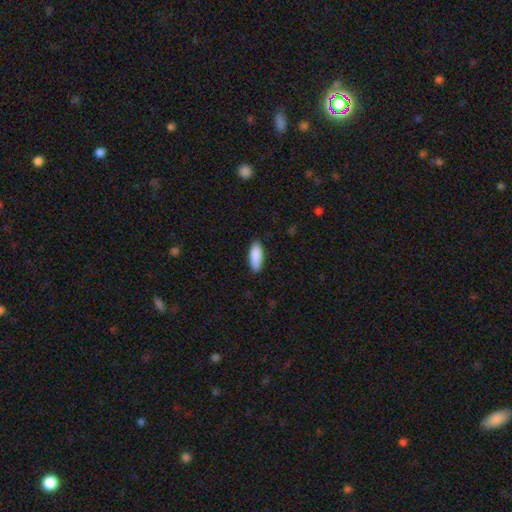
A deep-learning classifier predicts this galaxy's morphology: A smooth galaxy with no disk features (90%) that is in between round and cigar-shaped (75%). Merging: none (87%).